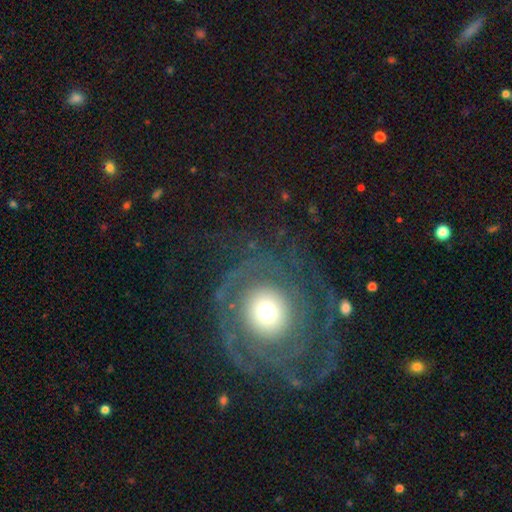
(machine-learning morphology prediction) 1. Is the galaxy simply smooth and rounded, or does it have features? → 76% featured or disk, 15% smooth, 9% star or artifact.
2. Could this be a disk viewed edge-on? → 97% no, 3% yes.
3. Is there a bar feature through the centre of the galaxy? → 85% no, 11% weak, 4% strong.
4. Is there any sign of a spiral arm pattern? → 81% yes, 19% no.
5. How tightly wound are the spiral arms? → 64% tight, 25% medium, 11% loose.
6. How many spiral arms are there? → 38% can't tell, 22% 2, 15% 3, 9% 4, 9% 1, 8% more than 4.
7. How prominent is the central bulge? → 53% moderate, 23% large, 19% small, 4% dominant, 1% none.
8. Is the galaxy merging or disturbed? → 68% none, 17% major disturbance, 14% minor disturbance, 2% merger.